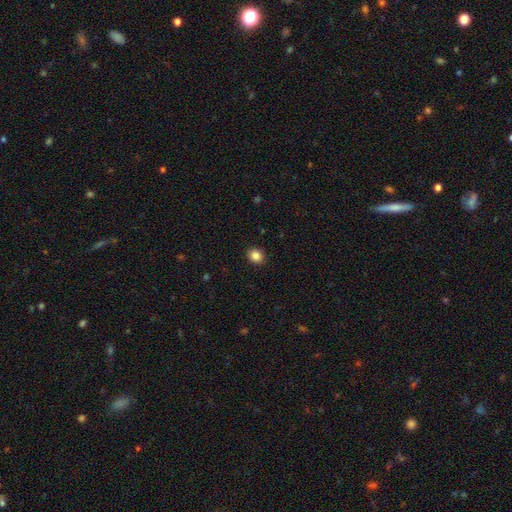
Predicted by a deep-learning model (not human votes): Overall: smooth (86%). How rounded: round (67%; in between 32%). Merging: none (91%).